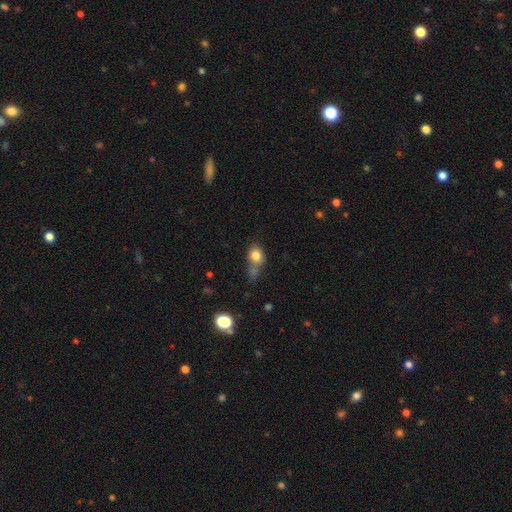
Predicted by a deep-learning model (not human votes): Smooth or featured?
  - smooth: 80% *
  - star or artifact: 11%
  - featured or disk: 9%
How rounded?
  - round: 54% *
  - in between: 44%
  - cigar-shaped: 2%
Merging?
  - none: 43% *
  - merger: 29%
  - minor disturbance: 19%
  - major disturbance: 9%